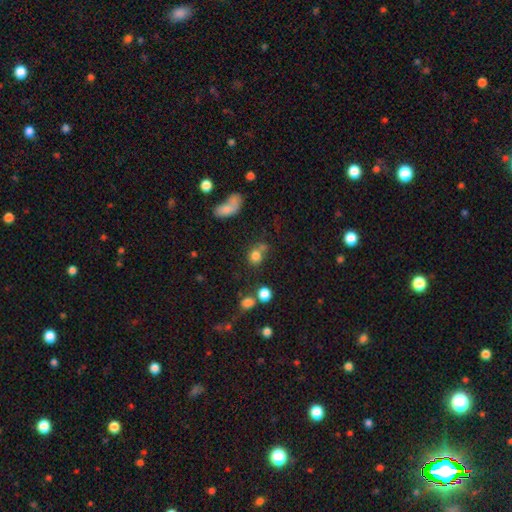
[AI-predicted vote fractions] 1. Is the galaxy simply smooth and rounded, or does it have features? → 77% smooth, 14% star or artifact, 9% featured or disk.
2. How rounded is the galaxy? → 72% round, 27% in between, 1% cigar-shaped.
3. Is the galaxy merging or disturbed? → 50% none, 28% merger, 14% minor disturbance, 8% major disturbance.